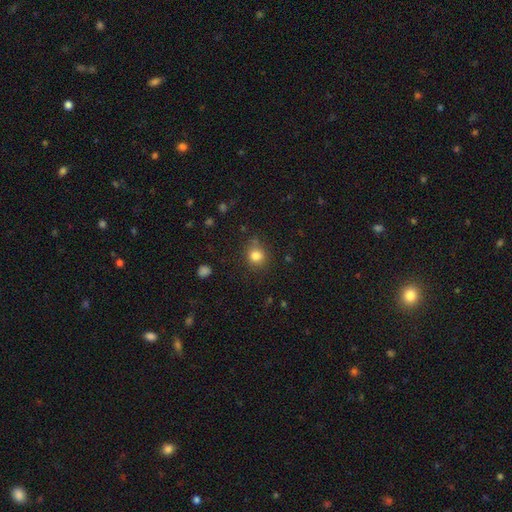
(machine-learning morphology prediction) smooth 82%, star or artifact 12%, featured or disk 6%. Down the decision tree: how rounded — round (85%); merging — none (79%).